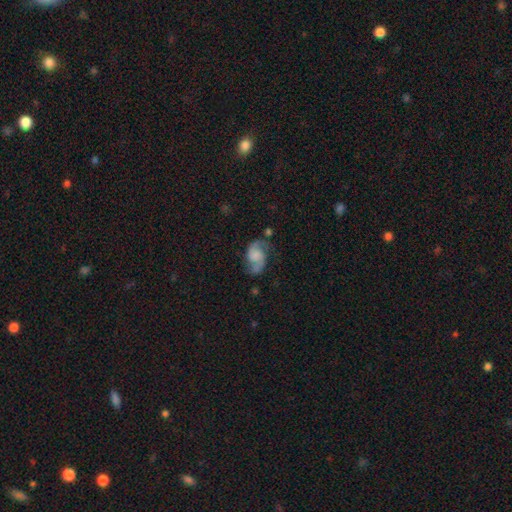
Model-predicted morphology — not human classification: Smooth or featured?
  - featured or disk: 82% *
  - smooth: 12%
  - star or artifact: 7%
Edge-on disk?
  - no: 98% *
  - yes: 2%
Bar?
  - no: 63% *
  - weak: 31%
  - strong: 6%
Spiral arms?
  - yes: 96% *
  - no: 4%
Spiral winding?
  - medium: 47% *
  - loose: 40%
  - tight: 13%
Spiral arm count?
  - 2: 92% *
  - can't tell: 2%
  - 1: 2%
  - 3: 1%
  - 4: 1%
  - more than 4: 1%
Bulge size?
  - none: 44% *
  - small: 21%
  - moderate: 18%
  - large: 14%
  - dominant: 3%
Merging?
  - none: 67% *
  - minor disturbance: 20%
  - major disturbance: 10%
  - merger: 3%